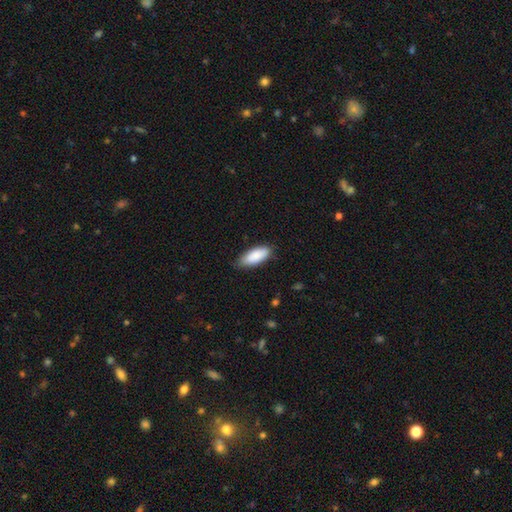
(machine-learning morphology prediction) This appears to be a smooth galaxy with no disk features (88%) that is in between round and cigar-shaped (82%). Merging: none (78%).